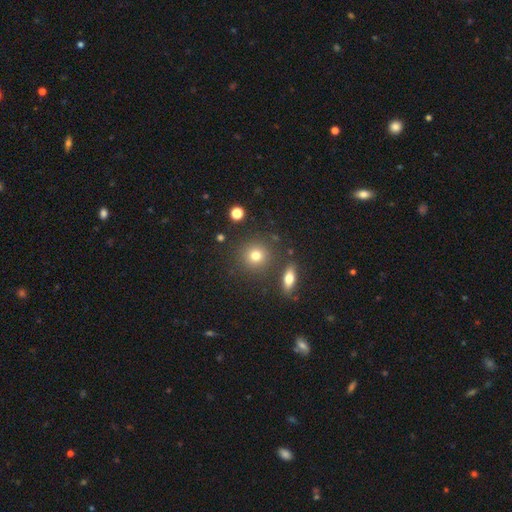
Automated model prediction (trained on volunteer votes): smooth-or-featured: smooth: 77% | star or artifact: 13% | featured or disk: 9%
  how-rounded: round: 90% | in between: 9% | cigar-shaped: 1%
  merging: none: 84% | minor disturbance: 8% | merger: 5% | major disturbance: 3%